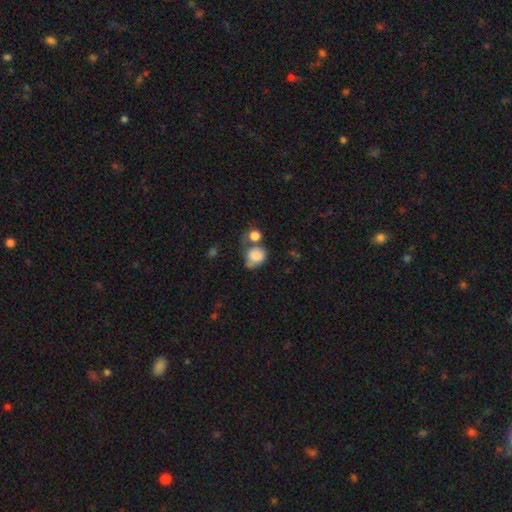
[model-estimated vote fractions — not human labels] A smooth galaxy with no disk features (81%) that is round (70%). Merging: none (34%).